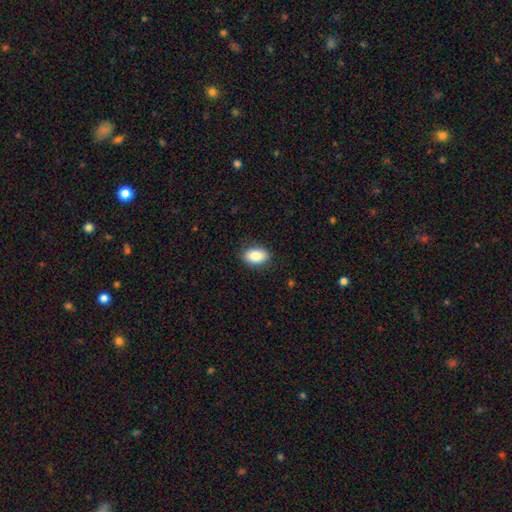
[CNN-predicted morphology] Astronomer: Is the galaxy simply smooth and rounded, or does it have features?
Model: smooth — 85%.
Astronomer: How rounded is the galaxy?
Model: in between — 85%.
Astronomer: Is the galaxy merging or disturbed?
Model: none — 87%.